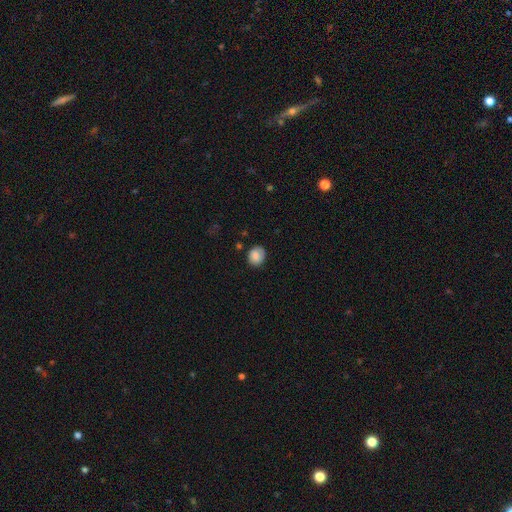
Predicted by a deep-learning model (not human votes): Overall: smooth (80%). How rounded: round (69%; in between 30%). Merging: none (79%).